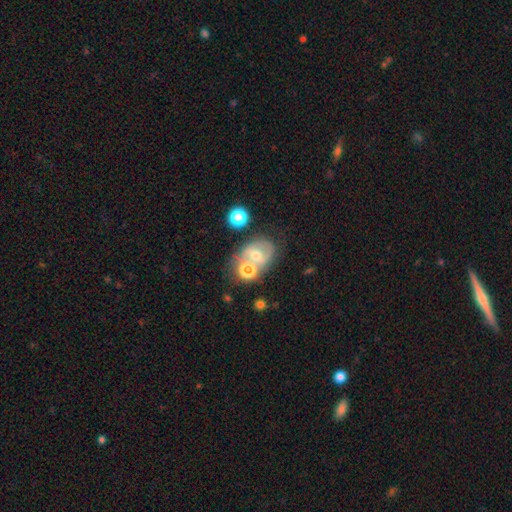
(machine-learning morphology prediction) This is possibly a featured or disk galaxy (46%). Merging: marginally none (44%).